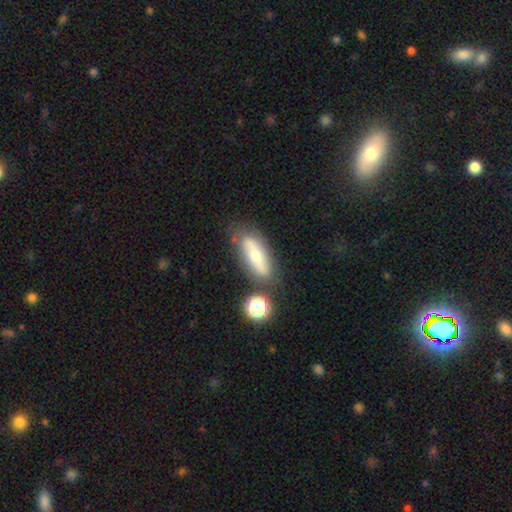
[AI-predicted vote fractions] This appears to be a smooth galaxy with no disk features (48%). Merging: none (70%).